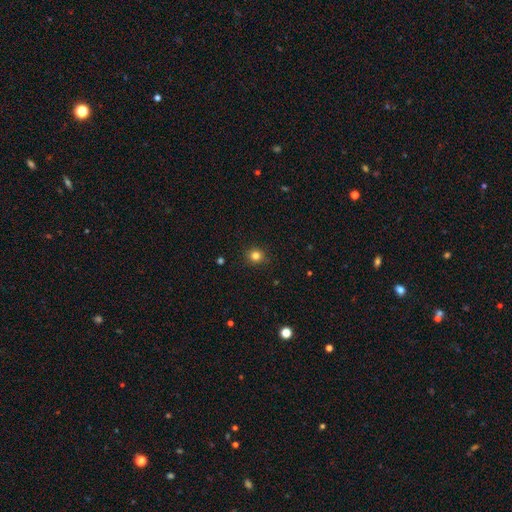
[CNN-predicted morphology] smooth-or-featured: smooth: 82% | star or artifact: 13% | featured or disk: 5%
  how-rounded: round: 91% | in between: 8% | cigar-shaped: 1%
  merging: none: 91% | minor disturbance: 6% | major disturbance: 2% | merger: 1%